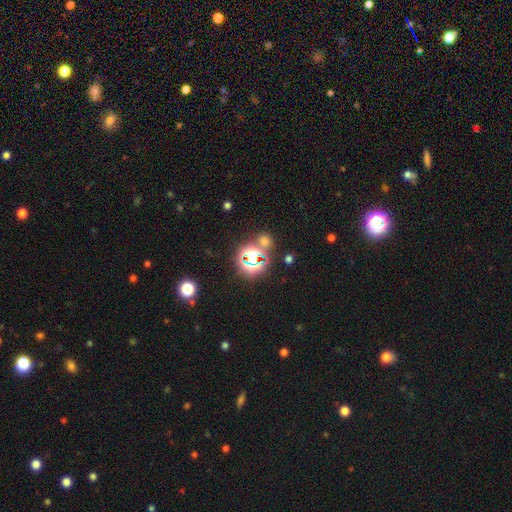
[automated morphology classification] smooth_or_featured: star or artifact (p=0.69) [alt: smooth p=0.24]